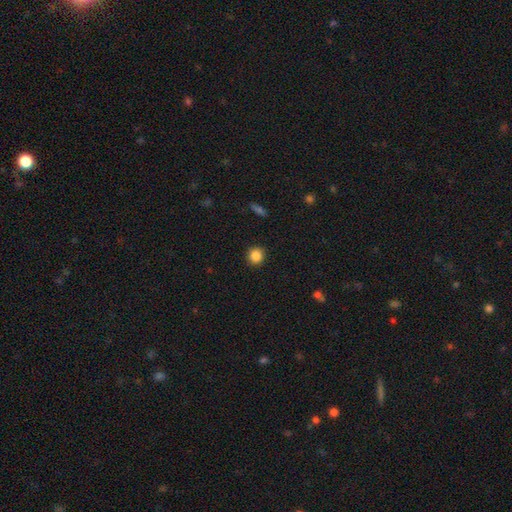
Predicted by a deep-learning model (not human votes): smooth_or_featured: smooth (p=0.85) [alt: star or artifact p=0.11]
how_rounded: round (p=0.93) [alt: in between p=0.06]
merging: none (p=0.92) [alt: minor disturbance p=0.05]